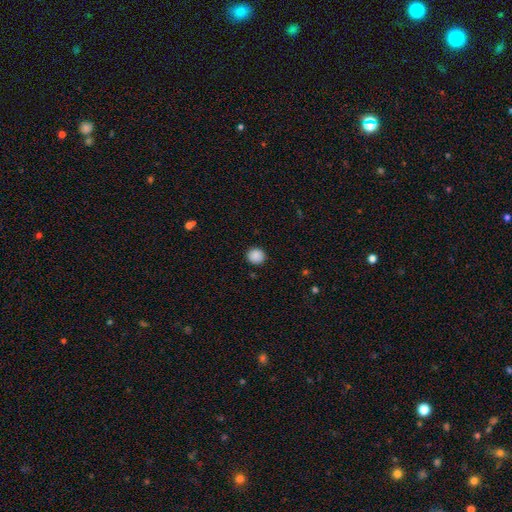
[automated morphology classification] This is clearly a smooth galaxy (89%). How rounded: clearly round (90%). Merging: clearly none (91%).